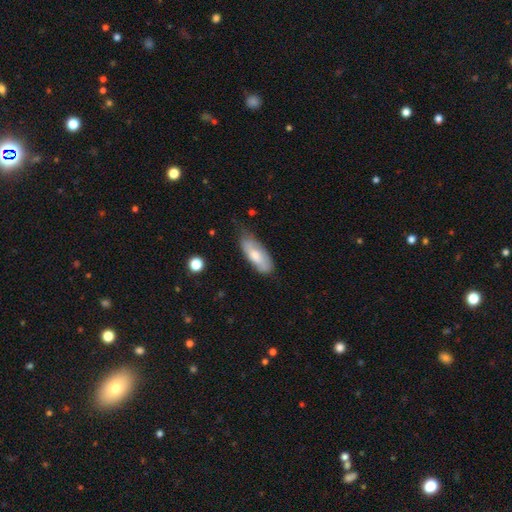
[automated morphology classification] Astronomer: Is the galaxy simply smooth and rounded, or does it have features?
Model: smooth — 67%.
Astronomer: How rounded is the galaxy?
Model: in between — 74%.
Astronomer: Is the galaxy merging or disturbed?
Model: none — 59%.